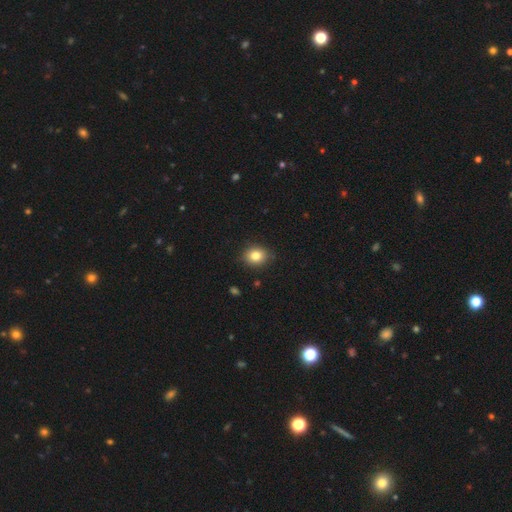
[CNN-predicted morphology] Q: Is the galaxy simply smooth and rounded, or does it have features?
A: smooth — 82%.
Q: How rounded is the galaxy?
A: round — 61%.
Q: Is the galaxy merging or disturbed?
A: none — 86%.